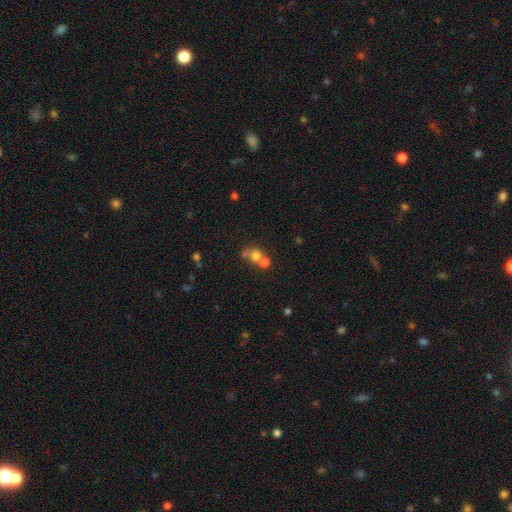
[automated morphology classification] smooth_or_featured: smooth (p=0.68) [alt: featured or disk p=0.17]
how_rounded: round (p=0.78) [alt: in between p=0.21]
merging: merger (p=0.53) [alt: none p=0.35]